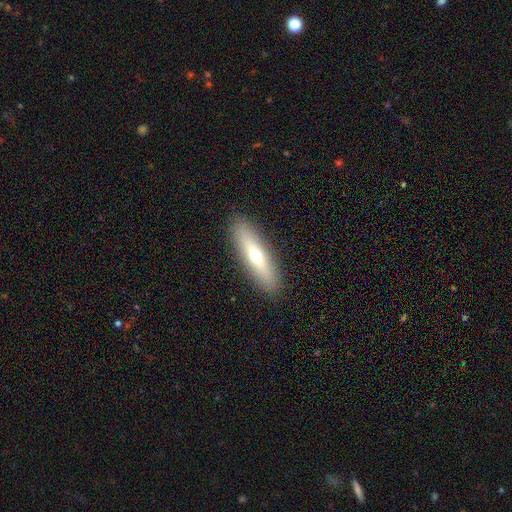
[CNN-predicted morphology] A smooth galaxy with no disk features (55%) that is cigar-shaped (68%). Merging: none (90%).